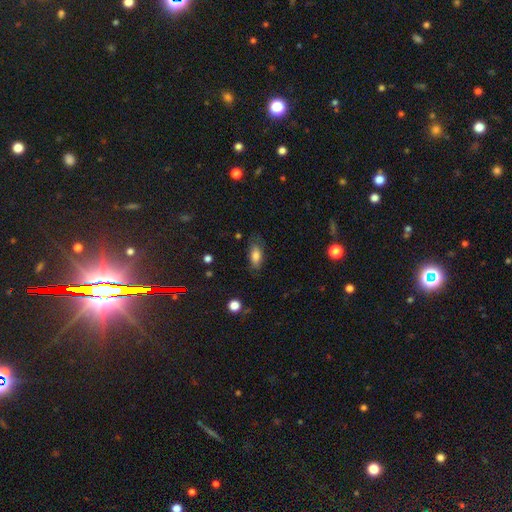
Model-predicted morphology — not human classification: Smooth or featured? Predicted: smooth (p=0.76). How rounded? Predicted: in between (p=0.81). Merging? Predicted: none (p=0.71).